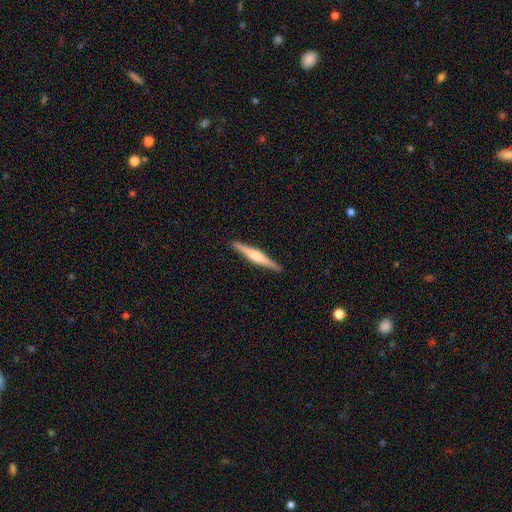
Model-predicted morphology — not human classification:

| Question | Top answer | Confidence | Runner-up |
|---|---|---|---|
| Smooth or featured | featured or disk | 67% | smooth (28%) |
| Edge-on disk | yes | 98% | no (2%) |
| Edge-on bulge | rounded | 69% | boxy (21%) |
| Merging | none | 91% | minor disturbance (6%) |